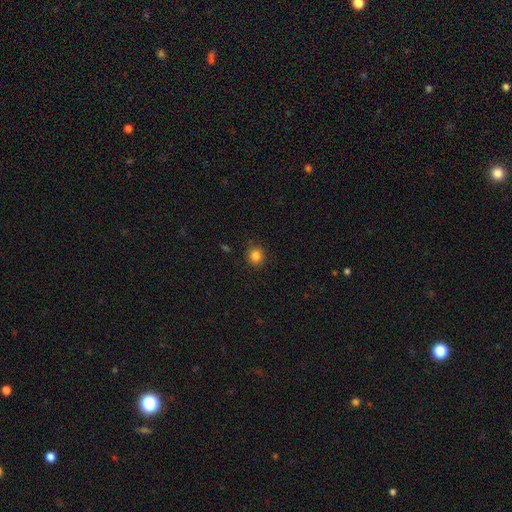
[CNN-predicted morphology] Smooth or featured? smooth (84%)
How rounded? round (86%)
Merging? none (89%)